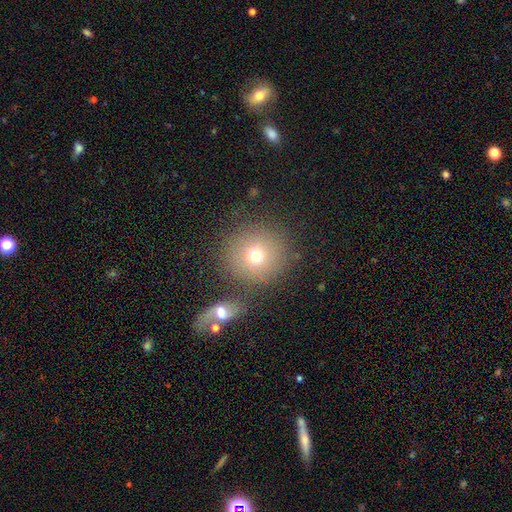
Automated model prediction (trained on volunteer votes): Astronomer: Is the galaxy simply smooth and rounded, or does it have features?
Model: smooth — 71%.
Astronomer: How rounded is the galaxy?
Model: round — 92%.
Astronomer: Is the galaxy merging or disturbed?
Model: none — 73%.